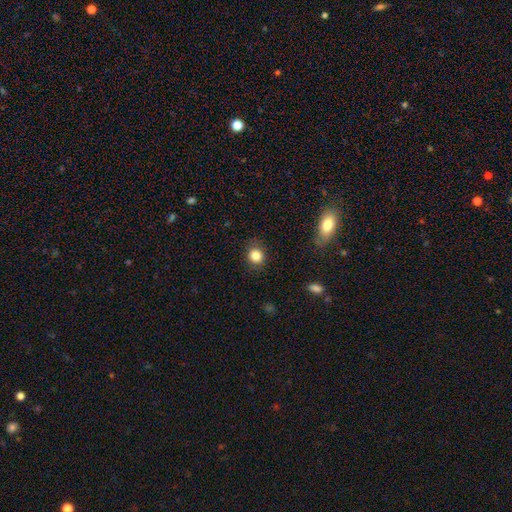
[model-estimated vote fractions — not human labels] The model was most divided on "how rounded": round: 78%, in between: 21%, cigar-shaped: 1%. More confident: merging — none (85%); smooth or featured — smooth (84%).